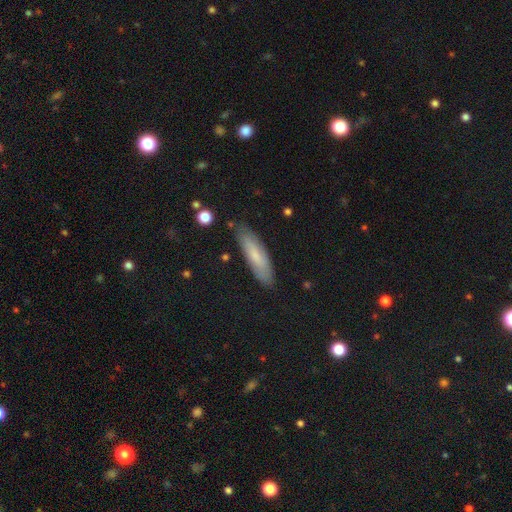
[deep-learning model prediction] Morphology: type=smooth (69%); roundness=cigar-shaped (64%); merging=none (83%).